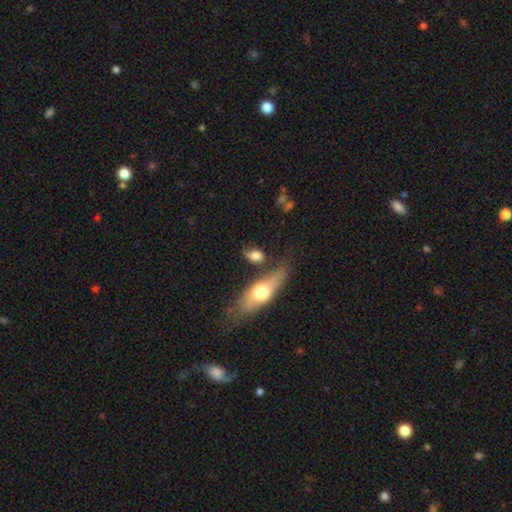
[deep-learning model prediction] smooth-or-featured: smooth: 71% | featured or disk: 21% | star or artifact: 8%
  how-rounded: in between: 69% | round: 19% | cigar-shaped: 12%
  merging: none: 60% | minor disturbance: 19% | merger: 14% | major disturbance: 8%